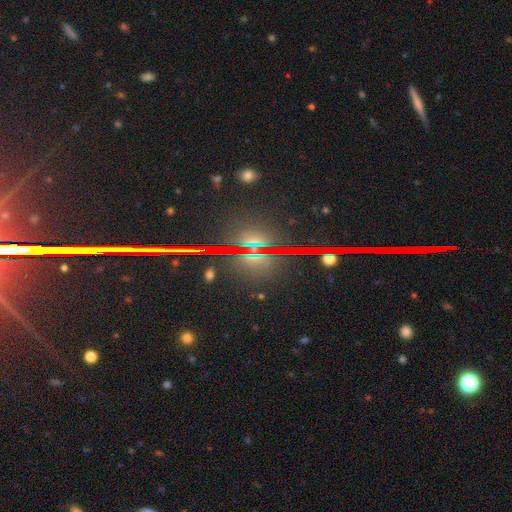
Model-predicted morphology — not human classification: Smooth or featured? star or artifact (81%)